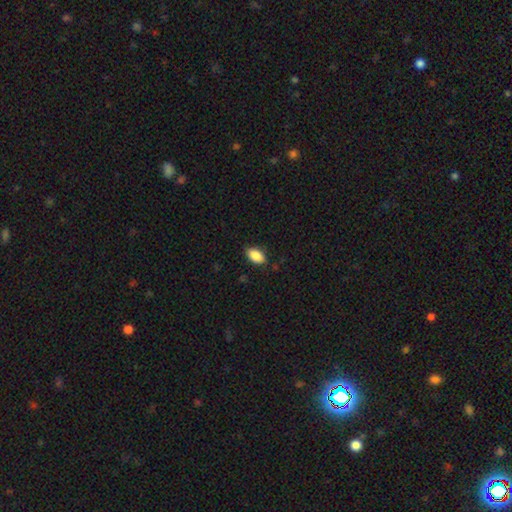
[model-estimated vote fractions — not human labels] Smooth or featured: smooth — 88% (star or artifact — 7%)
How rounded: in between — 92% (round — 6%)
Merging: none — 85% (minor disturbance — 11%)